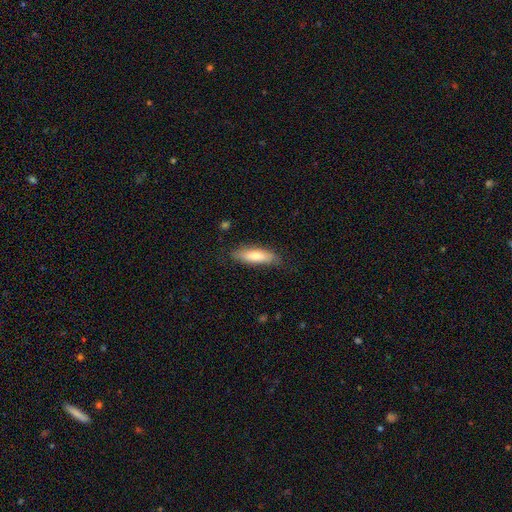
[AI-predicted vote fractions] This appears to be a smooth galaxy with no disk features (70%) that is cigar-shaped (57%). Merging: none (79%).